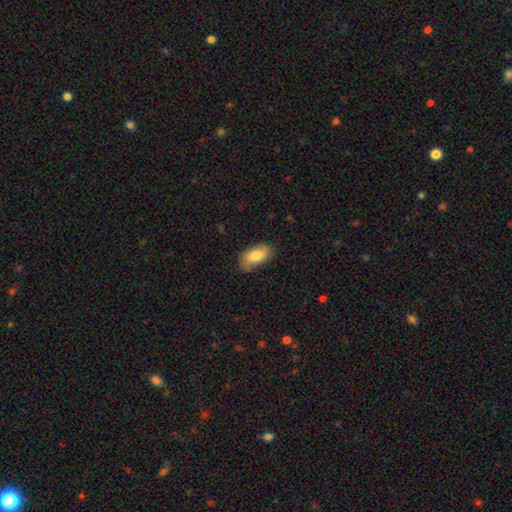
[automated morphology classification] This is likely a smooth galaxy (76%). How rounded: clearly in between (91%). Merging: likely none (75%).